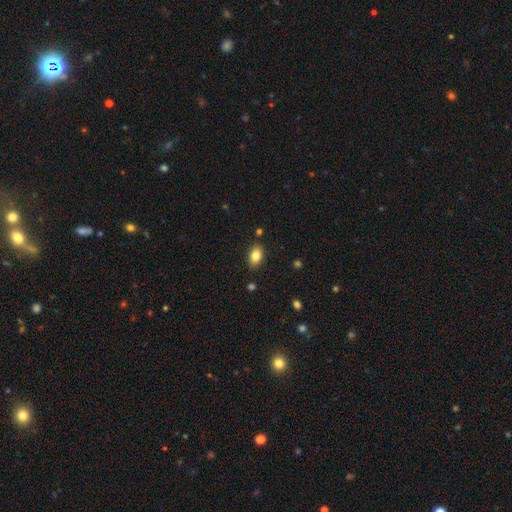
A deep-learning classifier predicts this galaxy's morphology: smooth_or_featured: smooth (p=0.82) [alt: featured or disk p=0.09]
how_rounded: in between (p=0.85) [alt: round p=0.13]
merging: none (p=0.84) [alt: minor disturbance p=0.11]